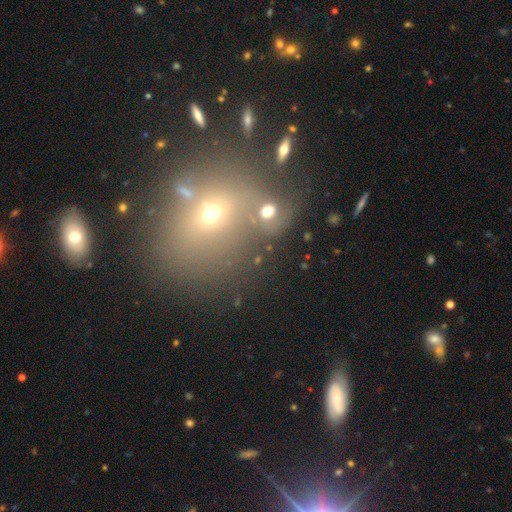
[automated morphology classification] This is marginally a smooth galaxy (44%). Merging: likely none (69%).